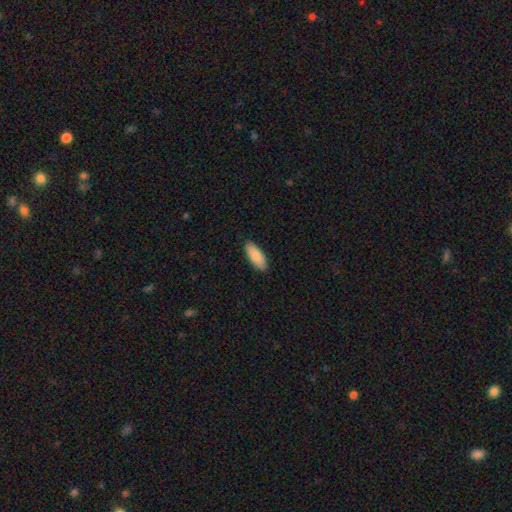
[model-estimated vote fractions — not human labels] Smooth or featured? Predicted: smooth (p=0.86). How rounded? Predicted: in between (p=0.83). Merging? Predicted: none (p=0.89).